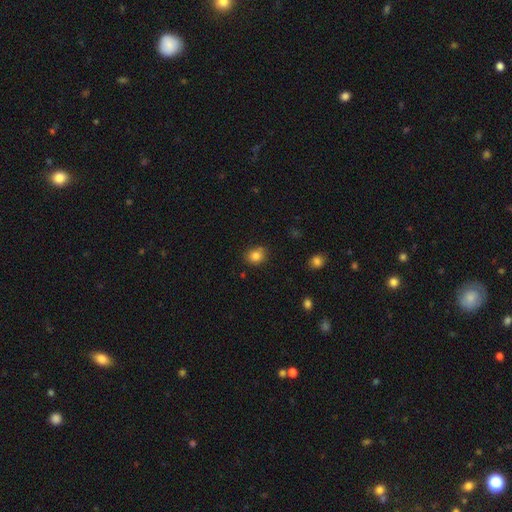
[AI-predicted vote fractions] Smooth or featured: smooth — 84% (star or artifact — 11%)
How rounded: round — 65% (in between — 35%)
Merging: none — 77% (minor disturbance — 17%)